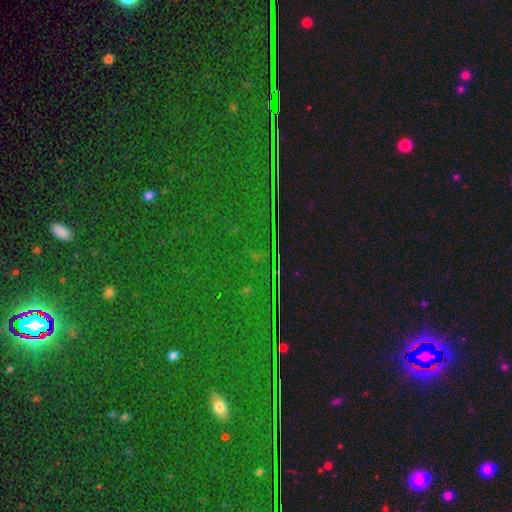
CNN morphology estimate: Smooth or featured: star or artifact — 85% (smooth — 8%)